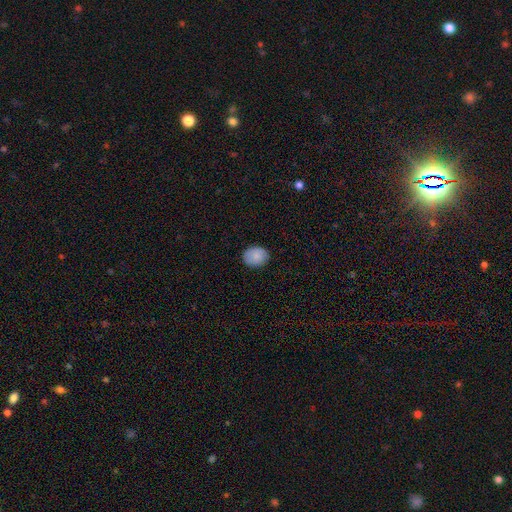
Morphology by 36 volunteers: Volunteers were most divided on "how rounded": round: 58%, in between: 42%, cigar-shaped: 0%. More confident: merging — none (91%); smooth or featured — smooth (86%).